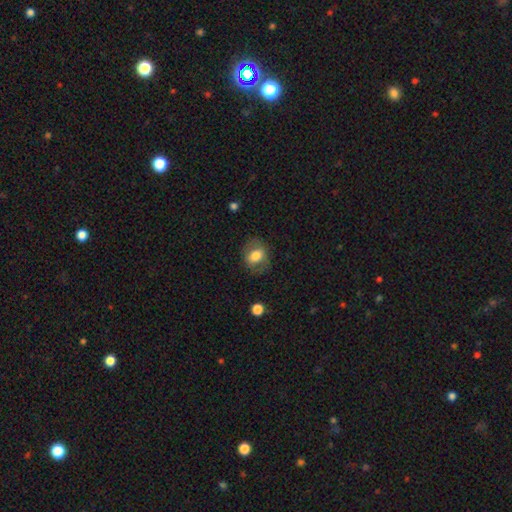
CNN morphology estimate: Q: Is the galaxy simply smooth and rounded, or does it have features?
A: smooth — 70%.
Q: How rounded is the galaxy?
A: in between — 59%.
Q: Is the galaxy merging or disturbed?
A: none — 75%.